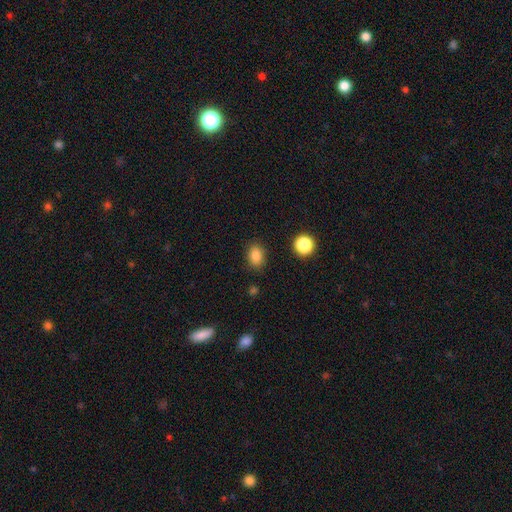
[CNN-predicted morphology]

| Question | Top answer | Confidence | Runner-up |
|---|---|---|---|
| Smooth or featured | smooth | 84% | star or artifact (11%) |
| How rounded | in between | 68% | round (31%) |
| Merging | none | 85% | minor disturbance (10%) |